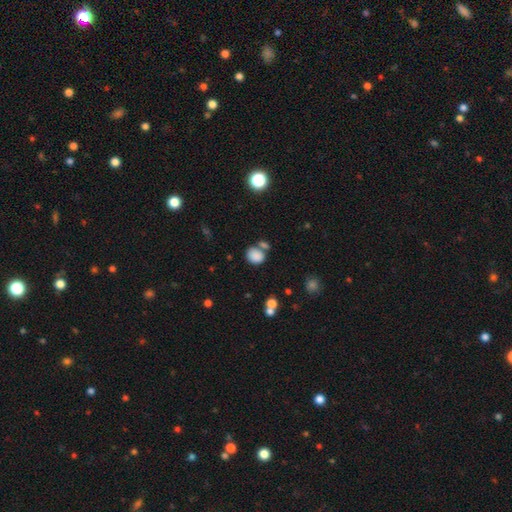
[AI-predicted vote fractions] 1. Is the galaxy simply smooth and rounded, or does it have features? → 83% smooth, 11% star or artifact, 6% featured or disk.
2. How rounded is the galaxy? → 60% round, 39% in between, 1% cigar-shaped.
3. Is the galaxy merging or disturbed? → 59% none, 23% merger, 13% minor disturbance, 5% major disturbance.